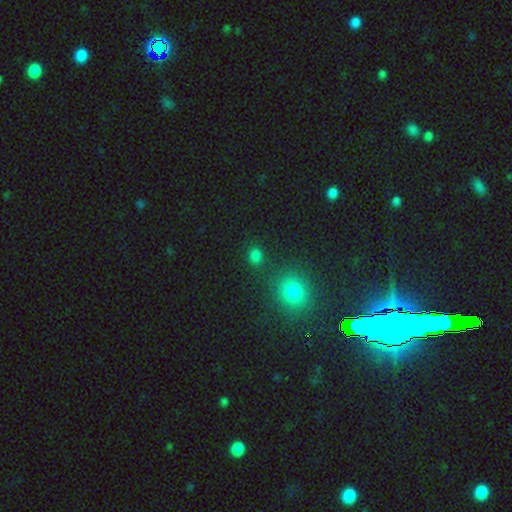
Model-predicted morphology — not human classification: Smooth or featured? Predicted: smooth (p=0.75). How rounded? Predicted: round (p=0.73). Merging? Predicted: none (p=0.82).